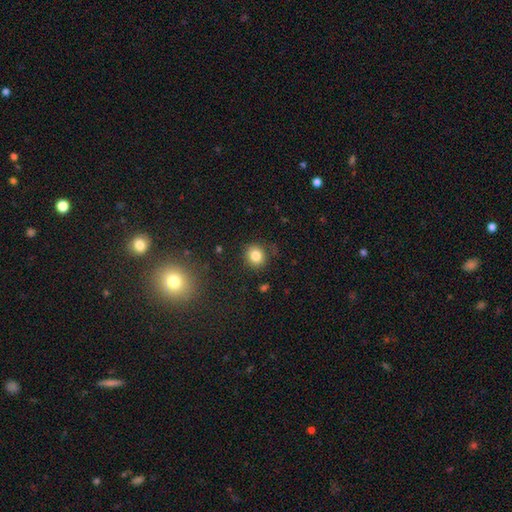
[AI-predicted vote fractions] This appears to be a smooth galaxy with no disk features (82%) that is round (83%). Merging: none (85%).